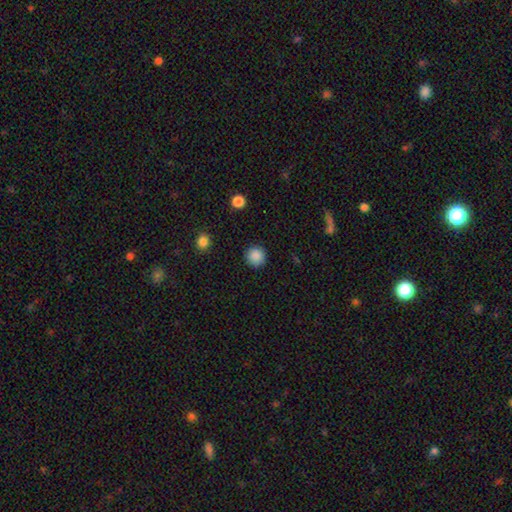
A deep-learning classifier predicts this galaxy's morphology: smooth_or_featured: smooth (p=0.88) [alt: star or artifact p=0.09]
how_rounded: round (p=0.94) [alt: in between p=0.05]
merging: none (p=0.90) [alt: minor disturbance p=0.07]